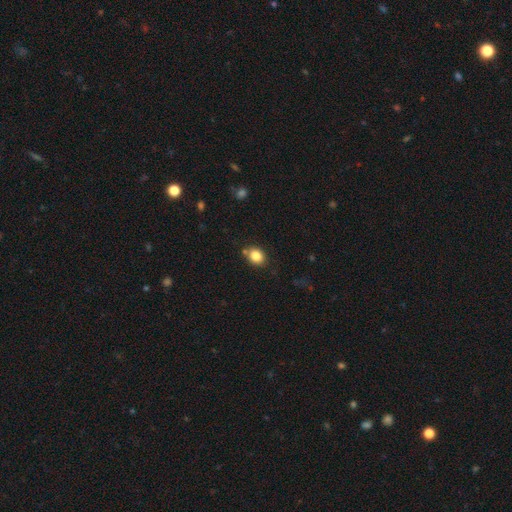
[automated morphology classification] Overall: smooth (84%). How rounded: round (58%; in between 41%). Merging: none (77%).